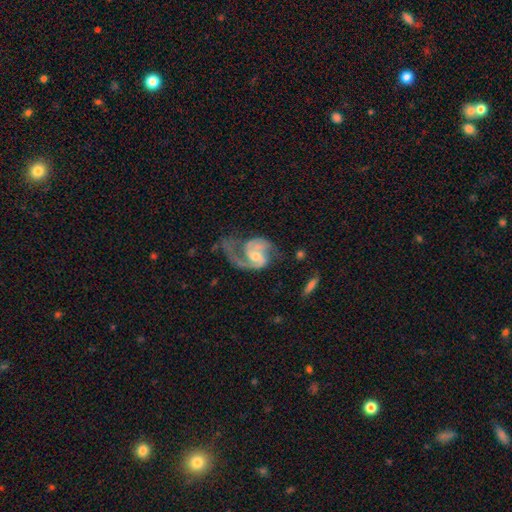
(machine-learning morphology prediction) A featured or disk galaxy (91%) with a weak bar (46%), 2 (88%) medium (56%) spiral arms (98%) and a moderate central bulge (50%).

Vote fractions:
- Smooth or featured? featured or disk: 91% / smooth: 5% / star or artifact: 4%
- Edge-on disk? no: 98% / yes: 2%
- Bar? weak: 46% / no: 40% / strong: 13%
- Spiral arms? yes: 98% / no: 2%
- Spiral winding? medium: 56% / loose: 25% / tight: 19%
- Spiral arm count? 2: 88% / 1: 5% / can't tell: 3% / 3: 2% / 4: 1% / more than 4: 1%
- Bulge size? moderate: 50% / small: 40% / none: 5% / large: 4% / dominant: 1%
- Merging? none: 52% / major disturbance: 23% / minor disturbance: 21% / merger: 4%